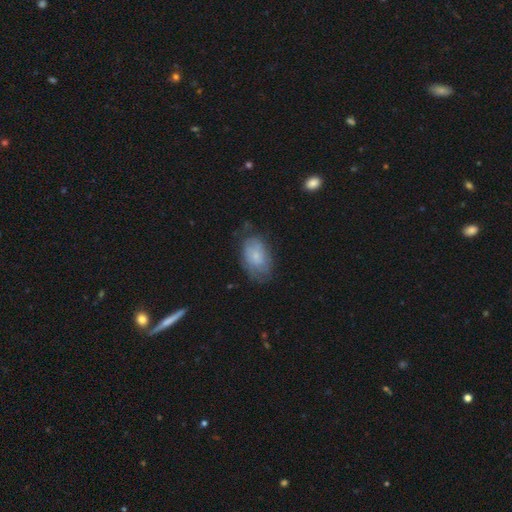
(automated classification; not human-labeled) This is possibly a smooth galaxy (59%). How rounded: clearly in between (90%). Merging: possibly none (56%).